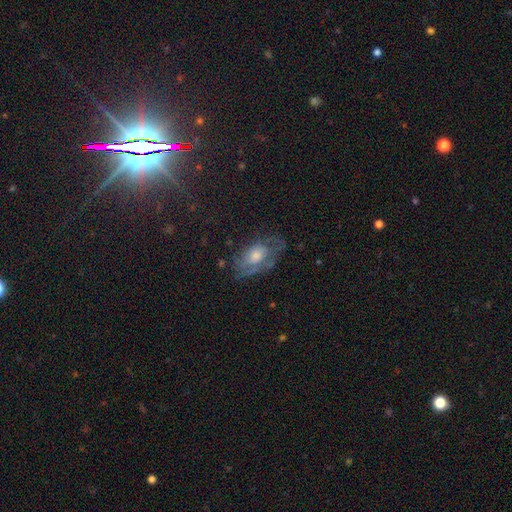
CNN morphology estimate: Q: Smooth or featured?
A: featured or disk (52%); runner-up: smooth (32%)
Q: Edge-on disk?
A: no (90%); runner-up: yes (10%)
Q: Merging?
A: none (61%); runner-up: minor disturbance (24%)